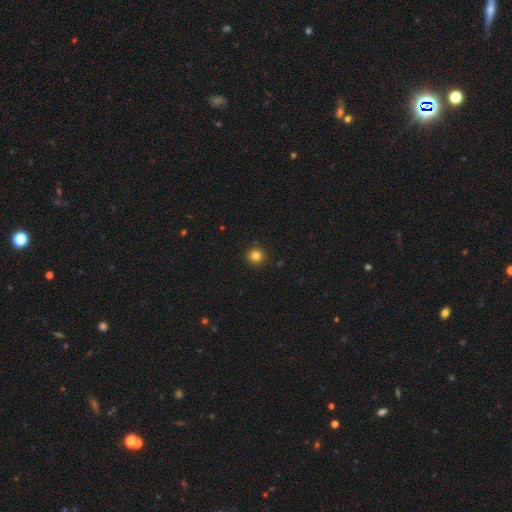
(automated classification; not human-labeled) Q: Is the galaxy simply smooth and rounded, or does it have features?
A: smooth — 83%.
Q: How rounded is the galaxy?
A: round — 95%.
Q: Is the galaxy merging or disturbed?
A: none — 92%.